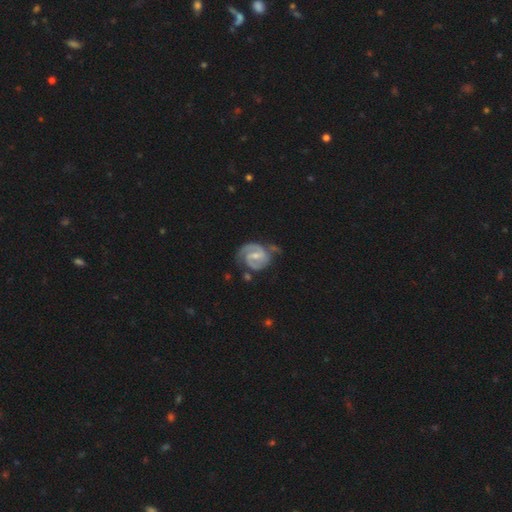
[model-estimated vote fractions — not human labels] Morphology: type=featured or disk (89%); edge-on=no (98%); bar=weak (55%); spiral arms=yes (97%); winding=tight (46%); arm count=2 (87%); bulge=small (51%); merging=none (61%).